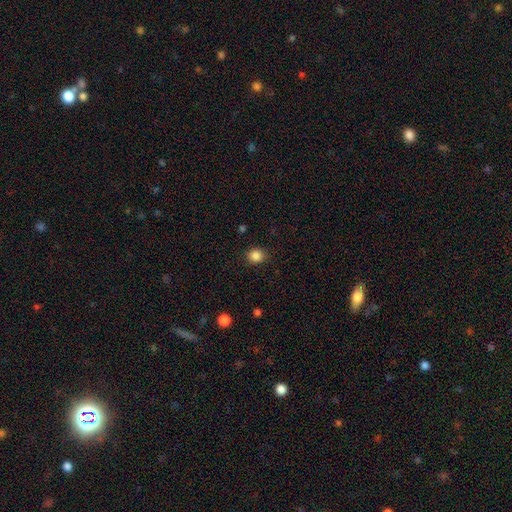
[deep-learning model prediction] Smooth or featured? smooth (86%)
How rounded? round (74%)
Merging? none (88%)